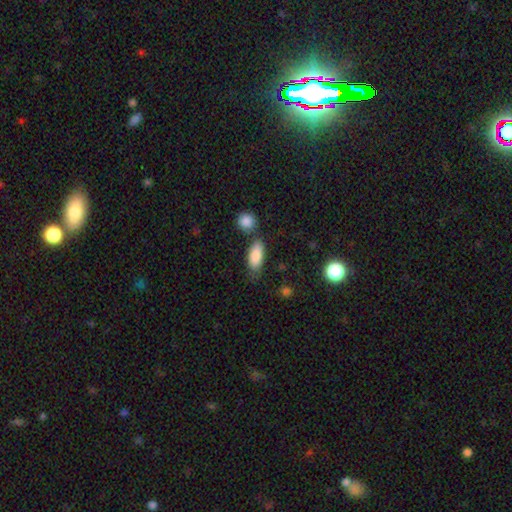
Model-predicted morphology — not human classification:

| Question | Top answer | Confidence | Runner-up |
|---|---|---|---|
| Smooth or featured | smooth | 86% | featured or disk (7%) |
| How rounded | in between | 85% | cigar-shaped (12%) |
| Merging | none | 64% | minor disturbance (18%) |